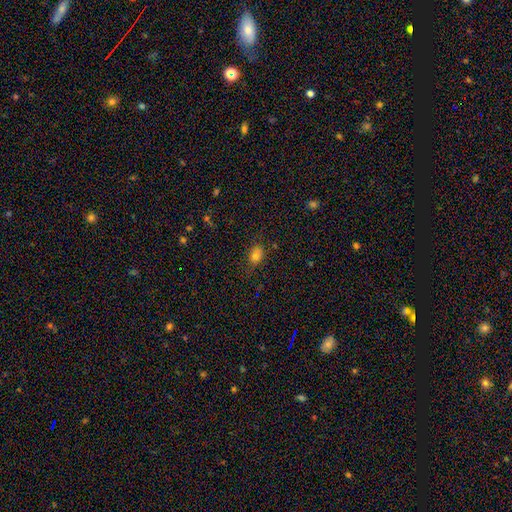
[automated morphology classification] Smooth or featured?
  - smooth: 74% *
  - star or artifact: 16%
  - featured or disk: 10%
How rounded?
  - in between: 52% *
  - round: 46%
  - cigar-shaped: 2%
Merging?
  - none: 60% *
  - minor disturbance: 21%
  - merger: 13%
  - major disturbance: 6%